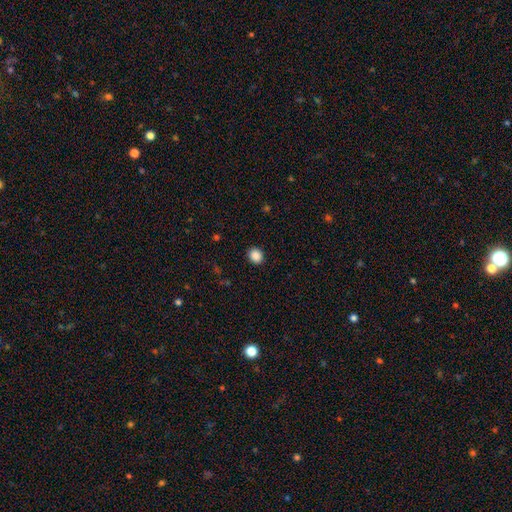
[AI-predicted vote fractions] smooth 88%, star or artifact 9%, featured or disk 2%. Down the decision tree: how rounded — round (72%); merging — none (91%).